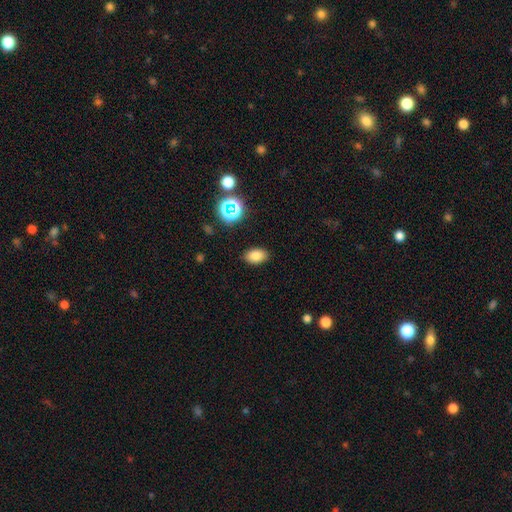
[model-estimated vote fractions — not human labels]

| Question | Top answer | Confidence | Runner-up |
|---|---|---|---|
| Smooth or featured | smooth | 80% | star or artifact (13%) |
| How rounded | in between | 88% | round (11%) |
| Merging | none | 87% | minor disturbance (9%) |